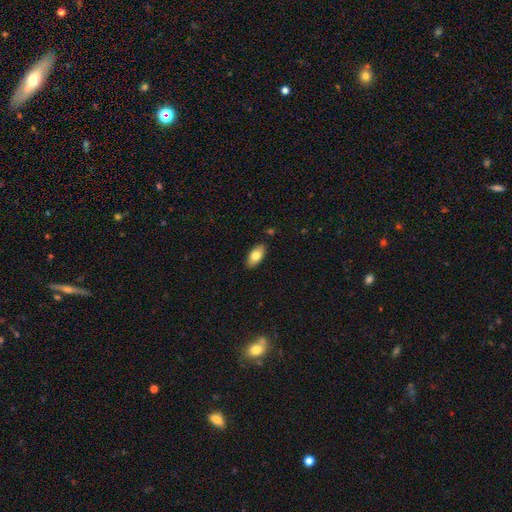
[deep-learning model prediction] Smooth or featured?
  - smooth: 78% *
  - featured or disk: 16%
  - star or artifact: 7%
How rounded?
  - in between: 90% *
  - cigar-shaped: 7%
  - round: 3%
Merging?
  - none: 88% *
  - minor disturbance: 9%
  - major disturbance: 2%
  - merger: 1%